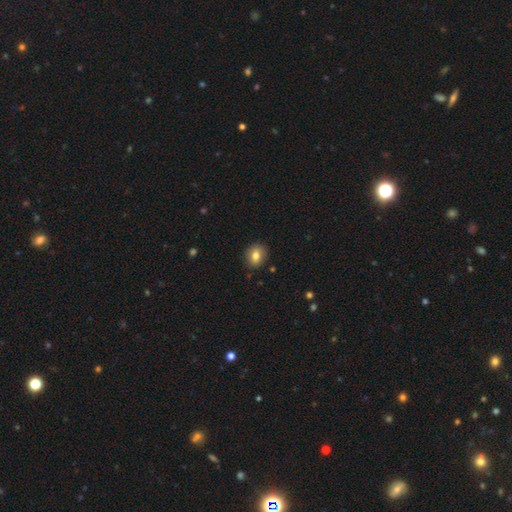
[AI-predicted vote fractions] A smooth galaxy with no disk features (79%) that is round (61%). Merging: none (87%).